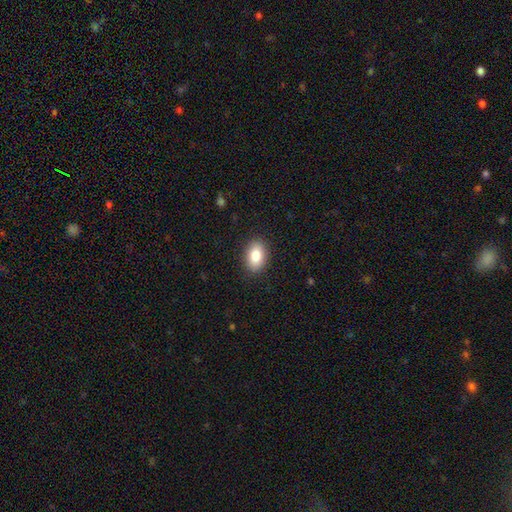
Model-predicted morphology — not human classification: Smooth or featured: smooth — 84% (featured or disk — 8%)
How rounded: in between — 86% (round — 13%)
Merging: none — 89% (minor disturbance — 8%)